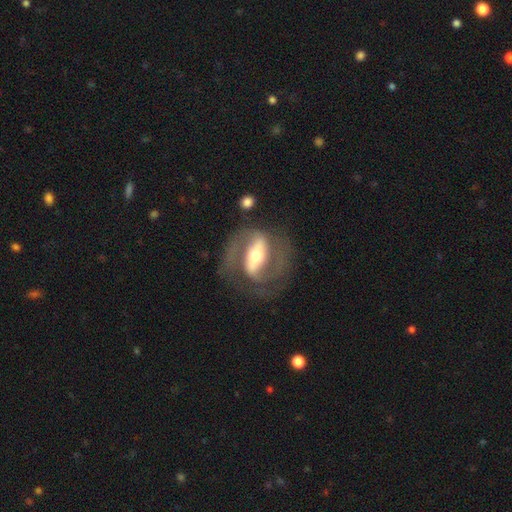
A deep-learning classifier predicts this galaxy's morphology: Smooth or featured? Predicted: featured or disk (p=0.85). Edge-on disk? Predicted: no (p=0.91). Bar? Predicted: strong (p=0.72). Spiral arms? Predicted: yes (p=0.86). Spiral winding? Predicted: medium (p=0.52). Spiral arm count? Predicted: 2 (p=0.88). Bulge size? Predicted: moderate (p=0.64). Merging? Predicted: none (p=0.70).